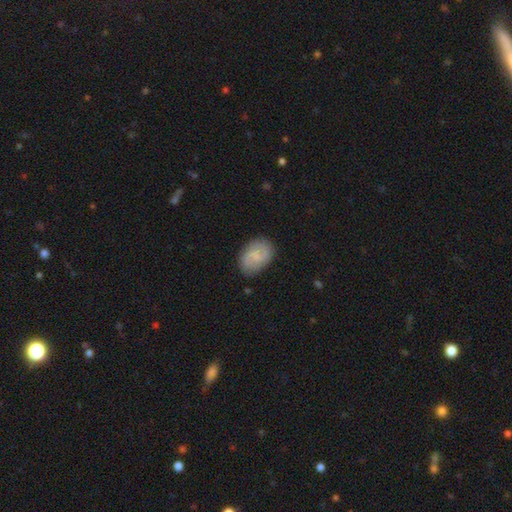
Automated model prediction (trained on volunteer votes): Smooth or featured?
  - featured or disk: 49% *
  - smooth: 45%
  - star or artifact: 7%
Merging?
  - none: 79% *
  - minor disturbance: 16%
  - major disturbance: 4%
  - merger: 1%